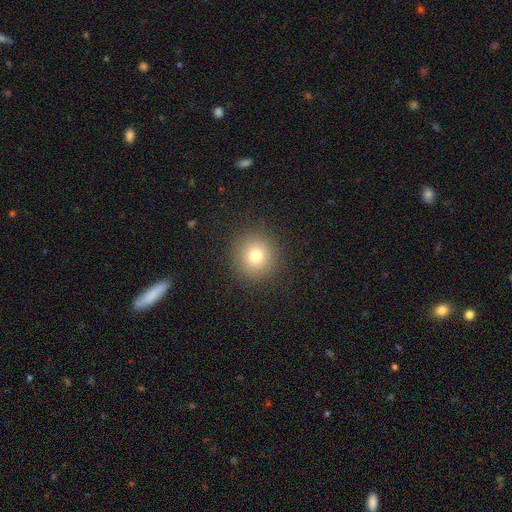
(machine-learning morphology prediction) A smooth galaxy with no disk features (76%) that is round (93%).

Vote fractions:
- Smooth or featured? smooth: 76% / star or artifact: 14% / featured or disk: 10%
- How rounded? round: 93% / in between: 6% / cigar-shaped: 1%
- Merging? none: 90% / minor disturbance: 6% / major disturbance: 3% / merger: 1%